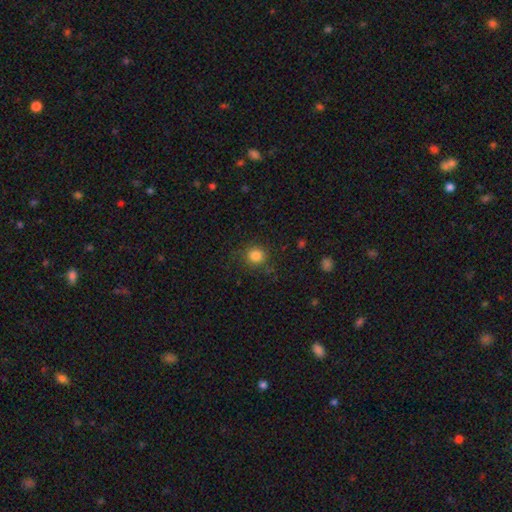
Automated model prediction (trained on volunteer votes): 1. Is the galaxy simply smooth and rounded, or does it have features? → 83% smooth, 12% star or artifact, 5% featured or disk.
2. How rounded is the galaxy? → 89% round, 10% in between, 1% cigar-shaped.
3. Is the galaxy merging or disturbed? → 85% none, 10% minor disturbance, 4% major disturbance, 2% merger.